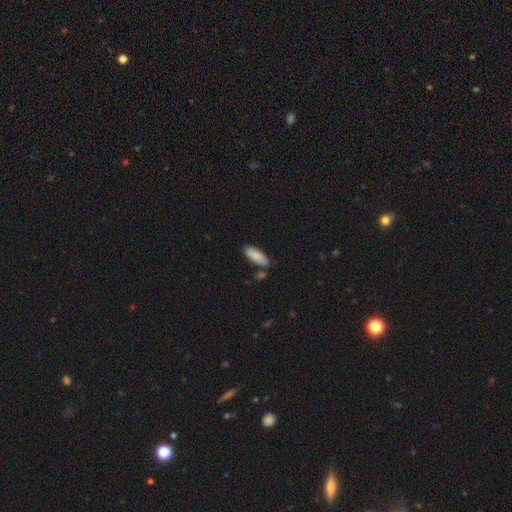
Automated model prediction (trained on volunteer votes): Smooth or featured?
  - smooth: 85% *
  - featured or disk: 9%
  - star or artifact: 6%
How rounded?
  - in between: 75% *
  - cigar-shaped: 24%
  - round: 2%
Merging?
  - none: 76% *
  - minor disturbance: 14%
  - merger: 7%
  - major disturbance: 3%